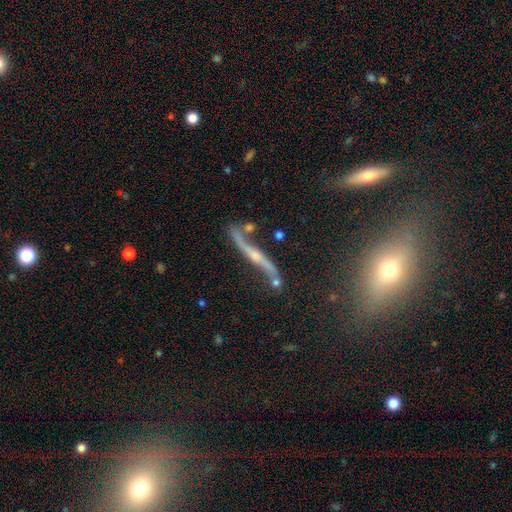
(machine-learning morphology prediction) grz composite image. It shows a featured or disk galaxy (82%) viewed edge-on (58%). Merging: none (63%).